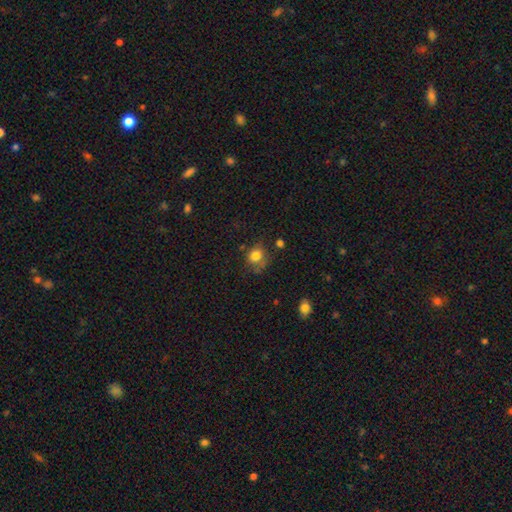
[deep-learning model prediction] Overall: smooth (80%). How rounded: round (67%; in between 32%). Merging: none (57%; minor disturbance 26%).